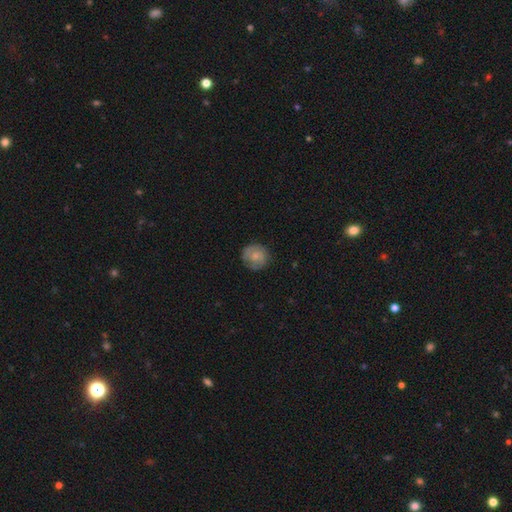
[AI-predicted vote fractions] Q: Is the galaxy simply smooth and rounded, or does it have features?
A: smooth — 67%.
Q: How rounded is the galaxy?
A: round — 88%.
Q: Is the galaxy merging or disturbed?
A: none — 78%.